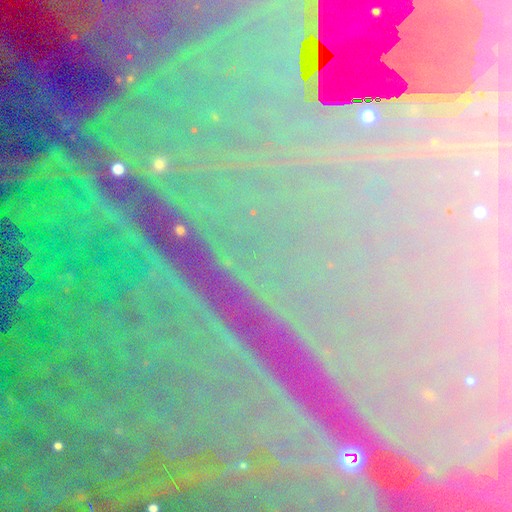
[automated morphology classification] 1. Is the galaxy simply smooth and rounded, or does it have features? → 87% star or artifact, 8% featured or disk, 6% smooth.